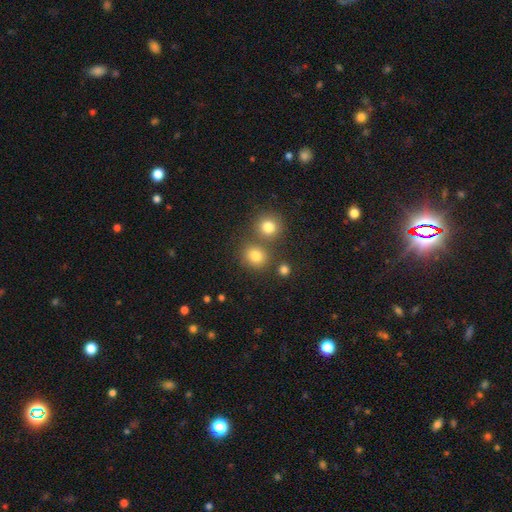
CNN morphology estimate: smooth 79%, star or artifact 14%, featured or disk 7%. Down the decision tree: how rounded — round (81%); merging — none (68%).